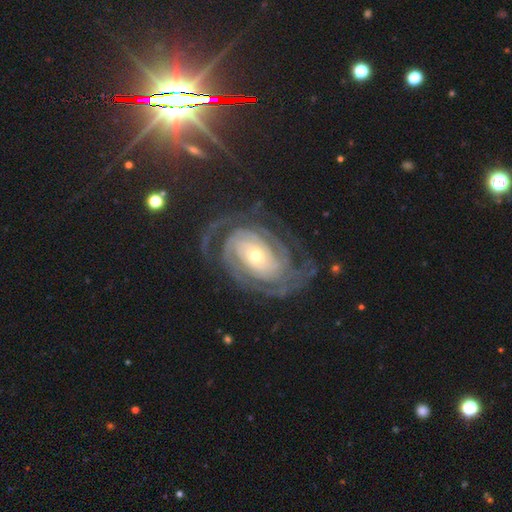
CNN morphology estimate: Smooth or featured? Predicted: featured or disk (p=0.90). Edge-on disk? Predicted: no (p=0.97). Bar? Predicted: no (p=0.68). Spiral arms? Predicted: yes (p=0.97). Spiral winding? Predicted: tight (p=0.75). Spiral arm count? Predicted: 2 (p=0.28). Bulge size? Predicted: small (p=0.57). Merging? Predicted: none (p=0.71).